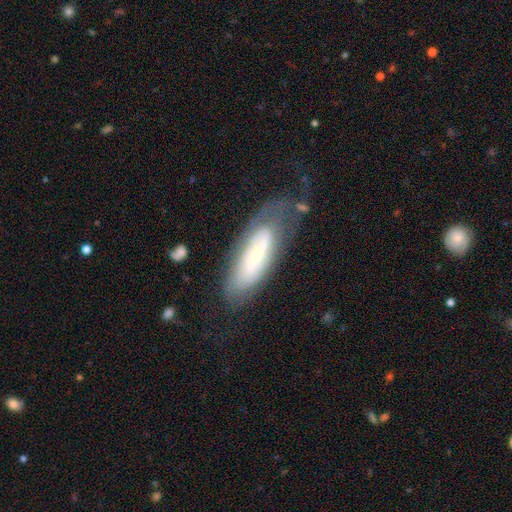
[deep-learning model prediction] This is possibly a featured or disk galaxy (58%). It is clearly not viewed edge-on (81%). Merging: possibly none (48%).